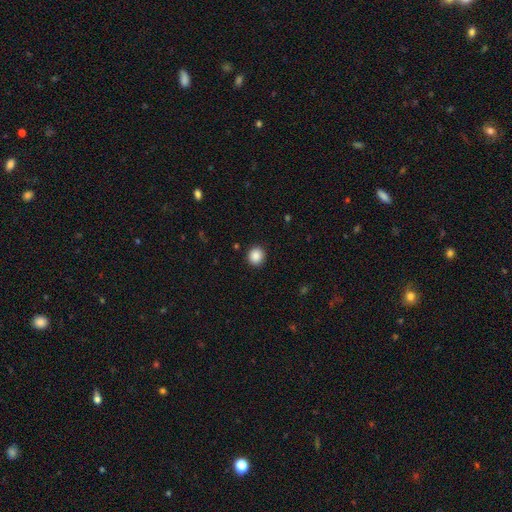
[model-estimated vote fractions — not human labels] Overall: smooth (88%). How rounded: round (90%). Merging: none (91%).